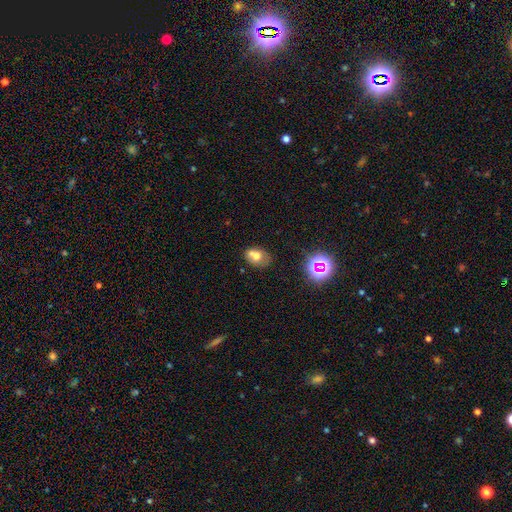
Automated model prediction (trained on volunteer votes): Overall: smooth (62%; featured or disk 23%). How rounded: in between (69%; round 30%). Merging: none (44%; merger 28%).